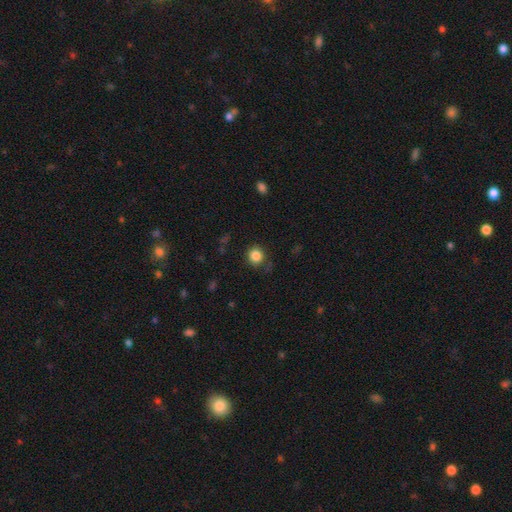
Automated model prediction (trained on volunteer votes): smooth 85%, star or artifact 11%, featured or disk 5%. Down the decision tree: how rounded — round (88%); merging — none (82%).